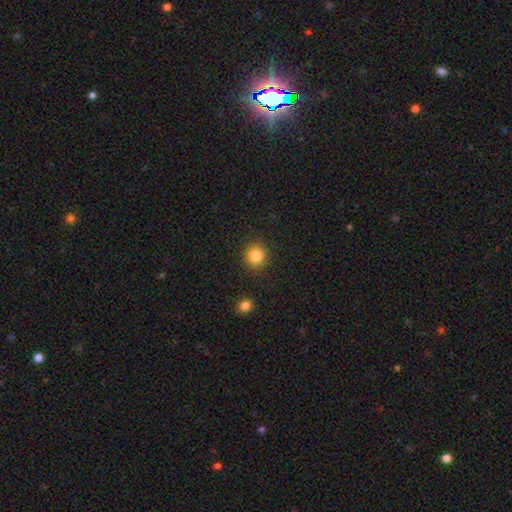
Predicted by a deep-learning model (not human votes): smooth-or-featured: smooth: 85% | star or artifact: 10% | featured or disk: 4%
  how-rounded: round: 89% | in between: 11% | cigar-shaped: 1%
  merging: none: 88% | minor disturbance: 7% | major disturbance: 3% | merger: 2%